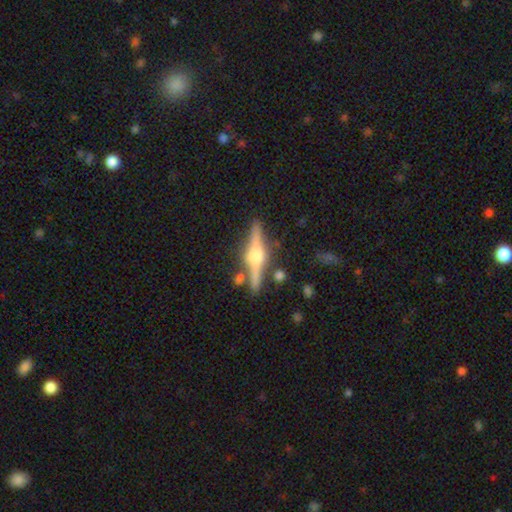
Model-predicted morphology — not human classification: A featured or disk galaxy (78%) viewed edge-on (97%) with a rounded central bulge (93%). Merging: none (82%).